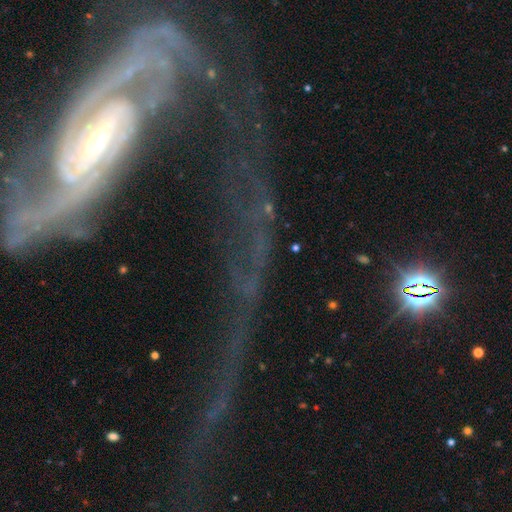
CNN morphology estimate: Q: Smooth or featured?
A: star or artifact (44%); runner-up: featured or disk (42%)